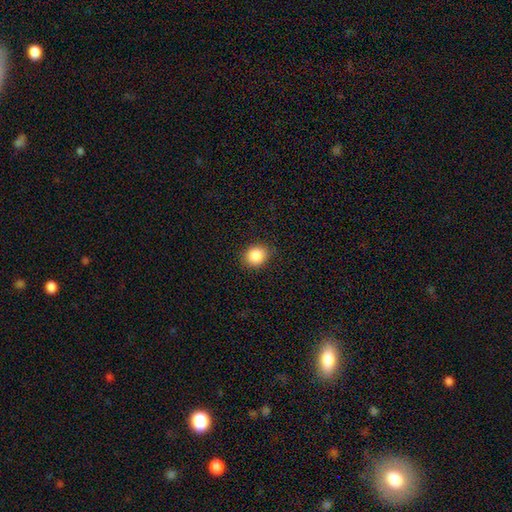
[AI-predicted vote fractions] This is clearly a smooth galaxy (87%). How rounded: likely round (71%). Merging: clearly none (88%).